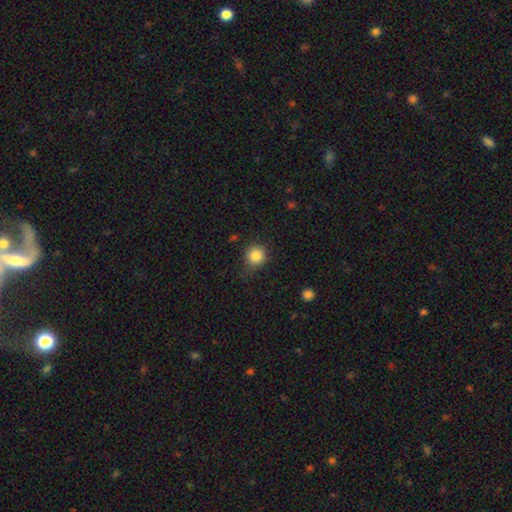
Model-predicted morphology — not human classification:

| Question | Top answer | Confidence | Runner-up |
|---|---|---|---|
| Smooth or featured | smooth | 85% | star or artifact (11%) |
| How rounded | round | 89% | in between (10%) |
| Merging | none | 73% | minor disturbance (20%) |